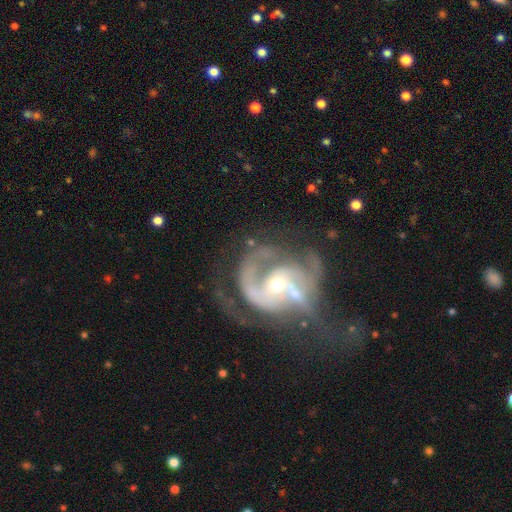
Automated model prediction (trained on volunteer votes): featured or disk 85%, smooth 7%, star or artifact 7%. Down the decision tree: edge-on disk — no (98%); bar — no (56%); spiral arms — yes (90%); spiral arm count — 2 (46%); spiral winding — medium (44%); bulge size — small (55%); merging — merger (39%).